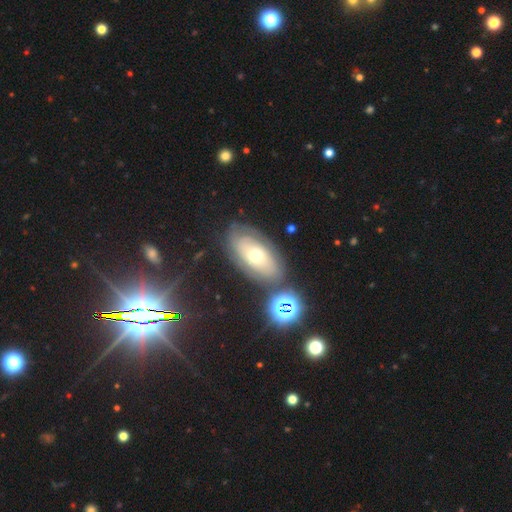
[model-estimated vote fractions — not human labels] Q: Smooth or featured?
A: featured or disk (51%); runner-up: smooth (33%)
Q: Edge-on disk?
A: no (87%); runner-up: yes (13%)
Q: Merging?
A: none (75%); runner-up: minor disturbance (15%)